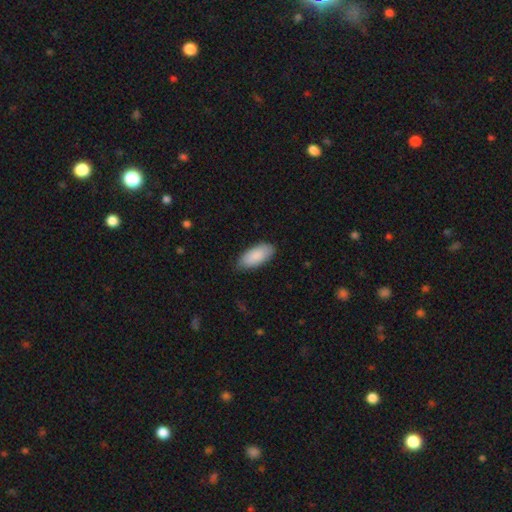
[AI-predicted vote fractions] Q: Smooth or featured?
A: smooth (88%); runner-up: featured or disk (7%)
Q: How rounded?
A: in between (90%); runner-up: cigar-shaped (8%)
Q: Merging?
A: none (81%); runner-up: minor disturbance (15%)